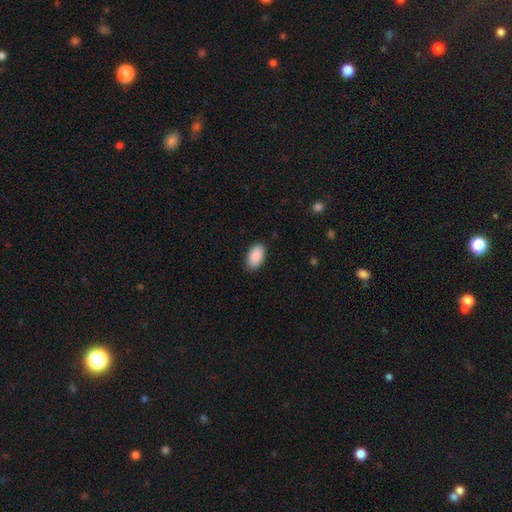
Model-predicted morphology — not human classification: Smooth or featured? smooth (90%)
How rounded? in between (95%)
Merging? none (87%)